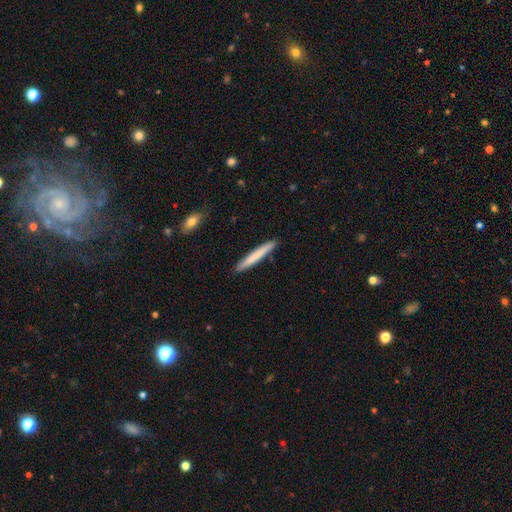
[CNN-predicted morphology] Smooth or featured: smooth — 73% (featured or disk — 21%)
How rounded: cigar-shaped — 96% (in between — 3%)
Merging: none — 91% (minor disturbance — 7%)